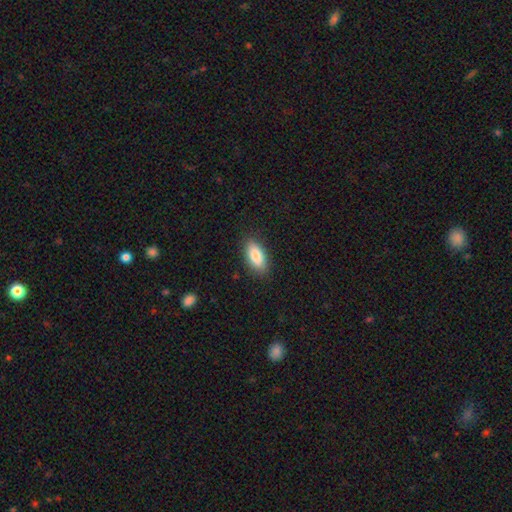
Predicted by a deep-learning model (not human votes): Smooth or featured? smooth (85%)
How rounded? in between (90%)
Merging? none (87%)